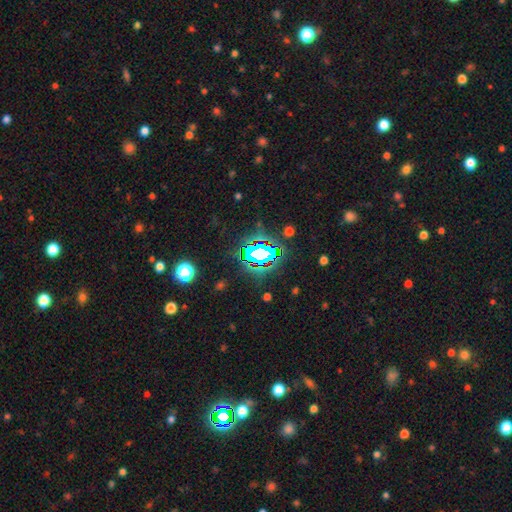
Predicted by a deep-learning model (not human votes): Smooth or featured: star or artifact — 72% (smooth — 17%)